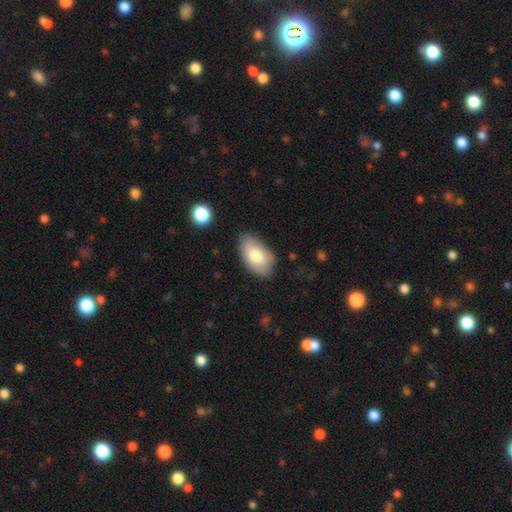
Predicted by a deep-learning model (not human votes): Smooth or featured? smooth (76%)
How rounded? in between (94%)
Merging? none (79%)